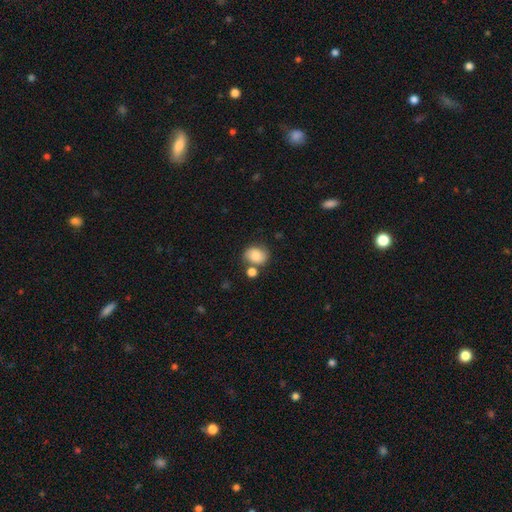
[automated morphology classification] Overall: smooth (73%). How rounded: round (56%; in between 43%). Merging: none (59%).